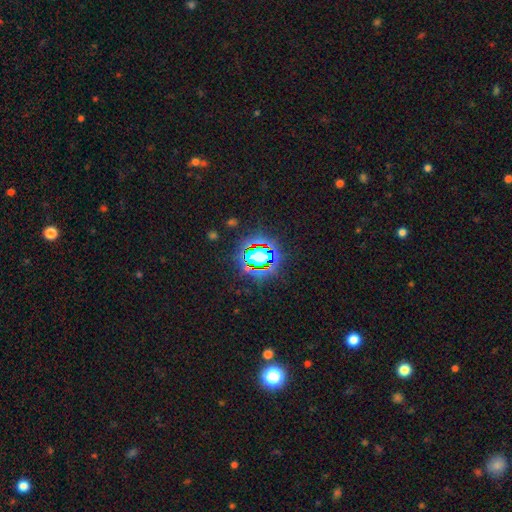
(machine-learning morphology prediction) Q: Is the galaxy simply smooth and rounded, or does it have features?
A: star or artifact — 66%.